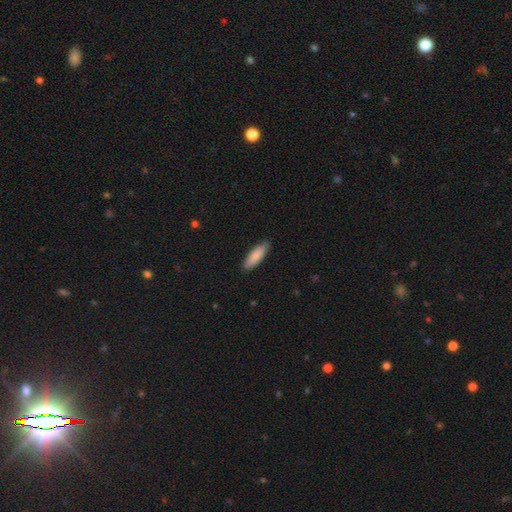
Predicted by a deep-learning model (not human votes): This is clearly a smooth galaxy (86%). How rounded: possibly in between (53%). Merging: clearly none (86%).